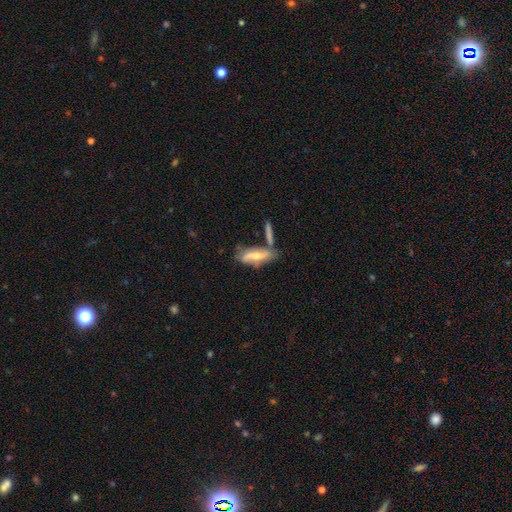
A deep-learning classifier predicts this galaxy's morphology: smooth_or_featured: featured or disk (p=0.53) [alt: smooth p=0.40]
disk_edge_on: no (p=0.67) [alt: yes p=0.33]
merging: none (p=0.49) [alt: minor disturbance p=0.21]